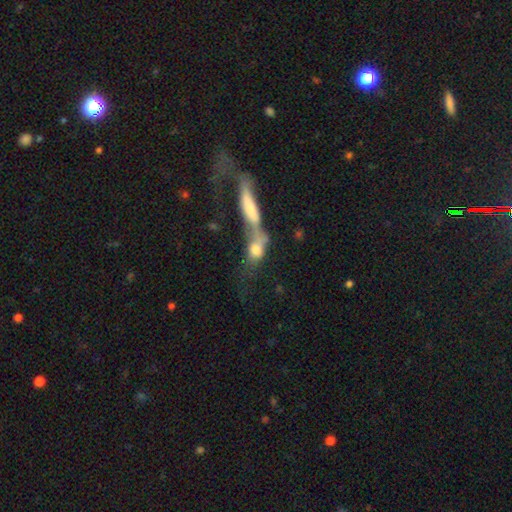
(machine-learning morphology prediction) smooth_or_featured: smooth (p=0.52) [alt: featured or disk p=0.37]
how_rounded: in between (p=0.49) [alt: cigar-shaped p=0.34]
merging: merger (p=0.62) [alt: none p=0.18]